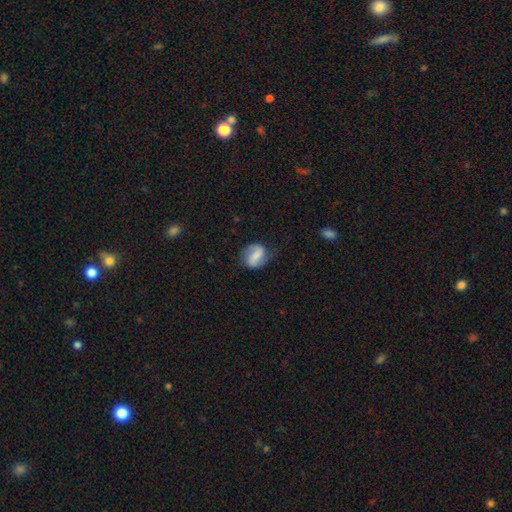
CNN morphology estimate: Smooth or featured?
  - featured or disk: 60% *
  - smooth: 33%
  - star or artifact: 7%
Edge-on disk?
  - no: 97% *
  - yes: 3%
Bar?
  - strong: 44% *
  - weak: 39%
  - no: 17%
Spiral arms?
  - yes: 89% *
  - no: 11%
Spiral winding?
  - loose: 44% *
  - medium: 39%
  - tight: 17%
Spiral arm count?
  - 2: 88% *
  - can't tell: 5%
  - 1: 4%
  - 3: 1%
  - 4: 1%
  - more than 4: 1%
Bulge size?
  - none: 37% *
  - small: 34%
  - moderate: 22%
  - large: 6%
  - dominant: 2%
Merging?
  - none: 74% *
  - minor disturbance: 18%
  - major disturbance: 7%
  - merger: 1%